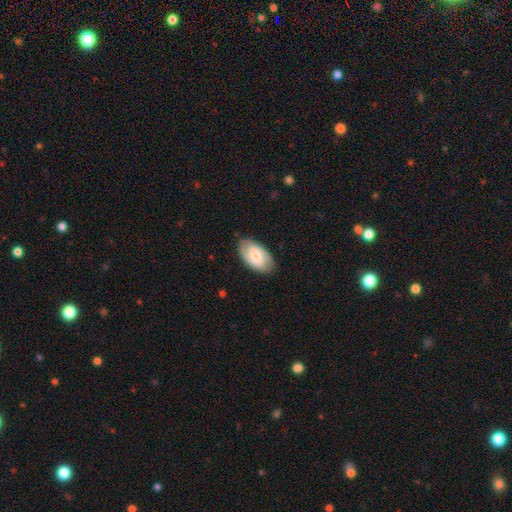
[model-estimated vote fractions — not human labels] Smooth or featured?
  - featured or disk: 58% *
  - smooth: 37%
  - star or artifact: 6%
Edge-on disk?
  - no: 94% *
  - yes: 6%
Bar?
  - weak: 45% *
  - no: 42%
  - strong: 14%
Spiral arms?
  - yes: 85% *
  - no: 15%
Bulge size?
  - small: 51% *
  - moderate: 42%
  - large: 3%
  - none: 3%
  - dominant: 1%
Merging?
  - none: 83% *
  - minor disturbance: 13%
  - major disturbance: 3%
  - merger: 1%